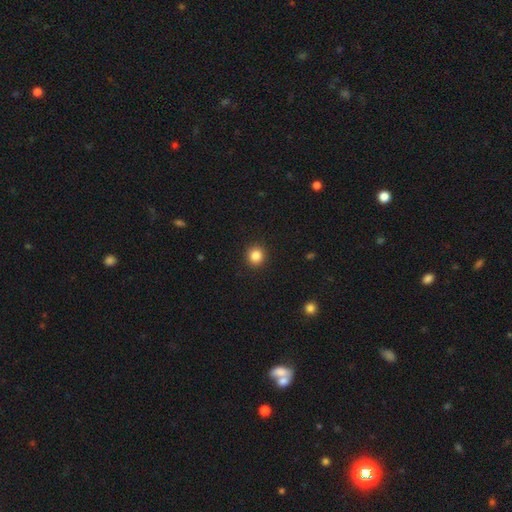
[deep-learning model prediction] Smooth or featured?
  - smooth: 85% *
  - star or artifact: 11%
  - featured or disk: 4%
How rounded?
  - round: 92% *
  - in between: 7%
  - cigar-shaped: 1%
Merging?
  - none: 92% *
  - minor disturbance: 5%
  - major disturbance: 2%
  - merger: 1%